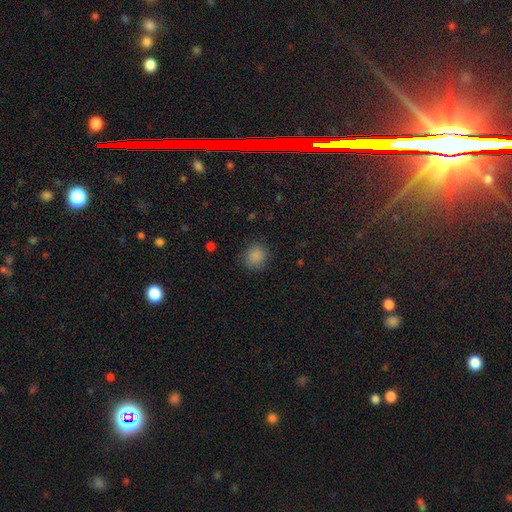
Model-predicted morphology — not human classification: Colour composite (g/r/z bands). It shows a smooth galaxy with no disk features (87%) that is round (86%). Merging: none (85%).